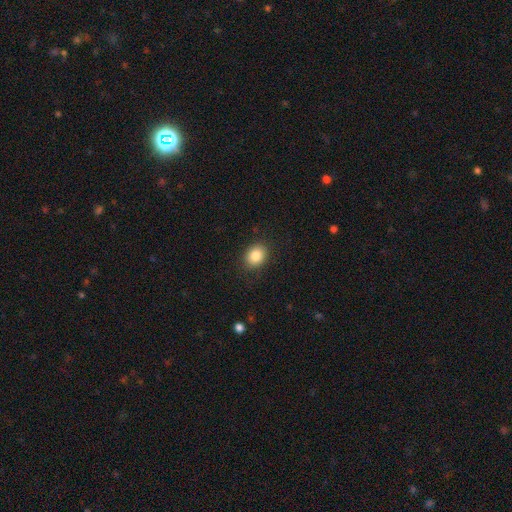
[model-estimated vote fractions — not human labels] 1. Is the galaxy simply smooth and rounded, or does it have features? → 85% smooth, 9% star or artifact, 6% featured or disk.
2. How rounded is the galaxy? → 53% in between, 46% round, 1% cigar-shaped.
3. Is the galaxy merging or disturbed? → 87% none, 9% minor disturbance, 3% major disturbance, 1% merger.